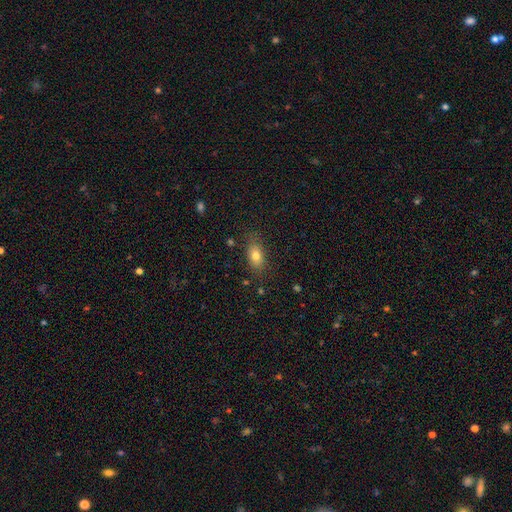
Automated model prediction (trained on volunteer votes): A smooth galaxy with no disk features (79%) that is in between round and cigar-shaped (83%).

Vote fractions:
- Smooth or featured? smooth: 79% / featured or disk: 11% / star or artifact: 10%
- How rounded? in between: 83% / round: 12% / cigar-shaped: 5%
- Merging? none: 80% / minor disturbance: 15% / major disturbance: 4% / merger: 2%